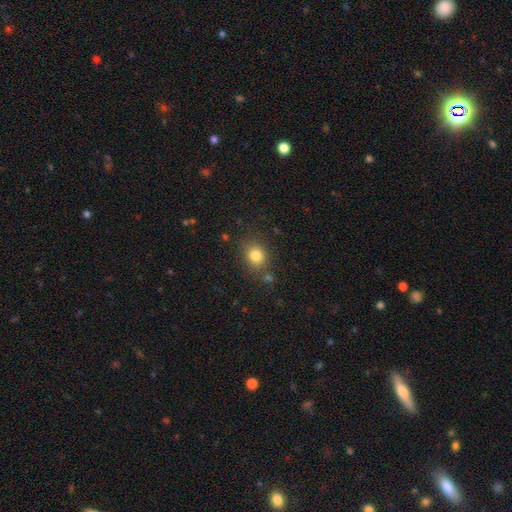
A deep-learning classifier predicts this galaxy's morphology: Smooth or featured?
  - smooth: 82% *
  - star or artifact: 12%
  - featured or disk: 7%
How rounded?
  - round: 62% *
  - in between: 37%
  - cigar-shaped: 1%
Merging?
  - none: 80% *
  - minor disturbance: 12%
  - merger: 4%
  - major disturbance: 4%